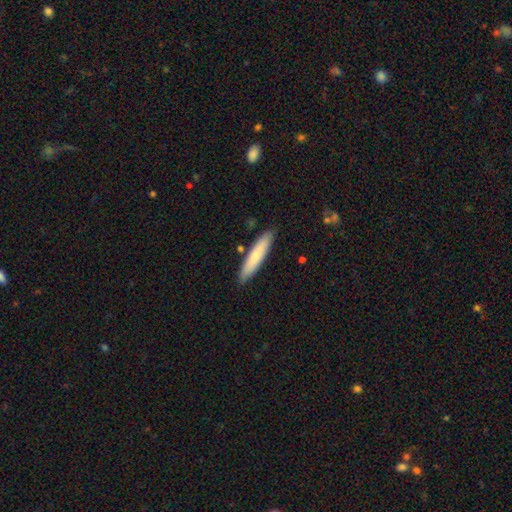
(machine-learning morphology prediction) A smooth galaxy with no disk features (74%) that is cigar-shaped (86%).

Vote fractions:
- Smooth or featured? smooth: 74% / featured or disk: 21% / star or artifact: 6%
- How rounded? cigar-shaped: 86% / in between: 13% / round: 1%
- Merging? none: 87% / minor disturbance: 9% / merger: 3% / major disturbance: 2%